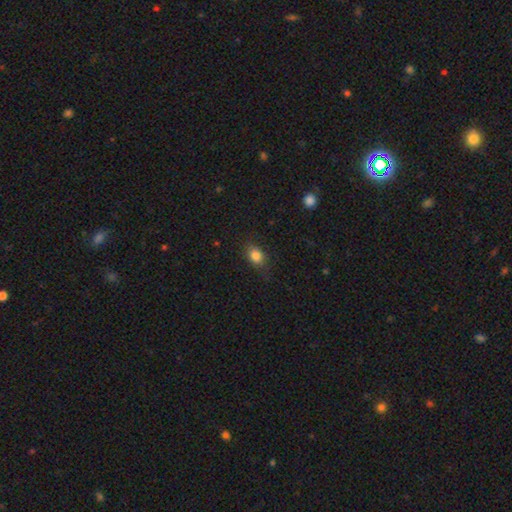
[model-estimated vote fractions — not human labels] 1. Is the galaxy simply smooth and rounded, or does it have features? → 84% smooth, 10% star or artifact, 6% featured or disk.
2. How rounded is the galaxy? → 65% in between, 33% round, 2% cigar-shaped.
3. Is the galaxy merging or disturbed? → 77% none, 17% minor disturbance, 5% major disturbance, 1% merger.